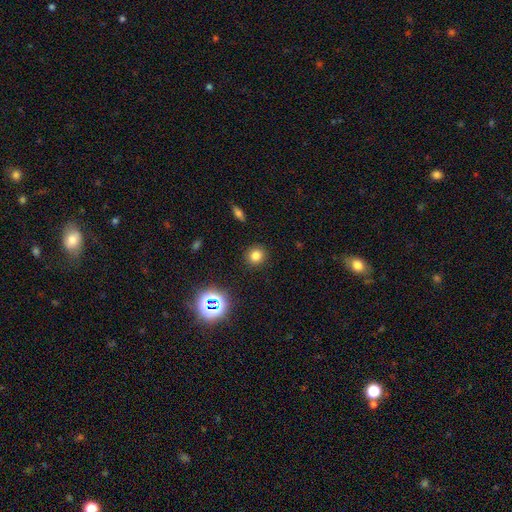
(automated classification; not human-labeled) This appears to be a smooth galaxy with no disk features (76%) that is round (89%). Merging: none (90%).